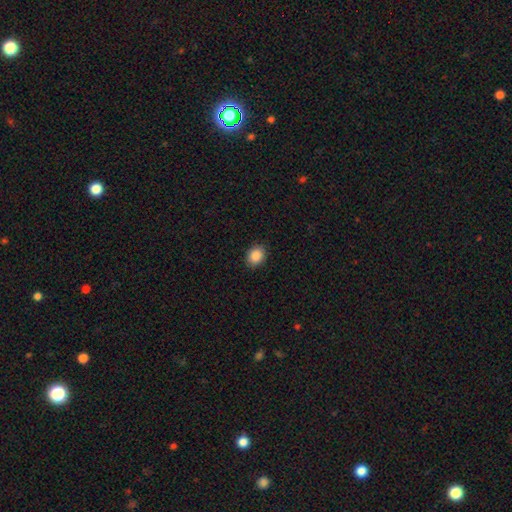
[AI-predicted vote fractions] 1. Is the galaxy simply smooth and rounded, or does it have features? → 89% smooth, 8% star or artifact, 3% featured or disk.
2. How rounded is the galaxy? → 53% in between, 47% round, 1% cigar-shaped.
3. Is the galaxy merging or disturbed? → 89% none, 8% minor disturbance, 2% major disturbance, 1% merger.